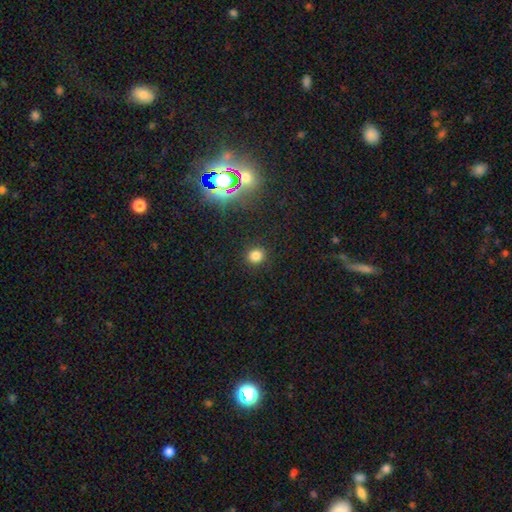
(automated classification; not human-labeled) smooth-or-featured: smooth: 79% | star or artifact: 16% | featured or disk: 5%
  how-rounded: round: 82% | in between: 17% | cigar-shaped: 1%
  merging: none: 90% | minor disturbance: 6% | major disturbance: 2% | merger: 1%